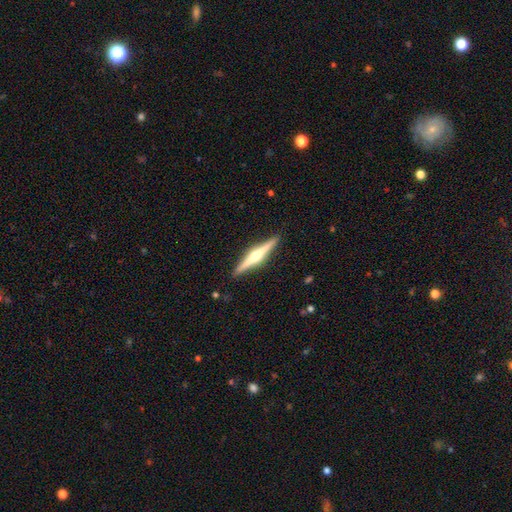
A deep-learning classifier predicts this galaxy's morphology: featured or disk 77%, smooth 19%, star or artifact 5%. Down the decision tree: edge-on disk — yes (98%); edge-on bulge — rounded (93%); merging — none (91%).